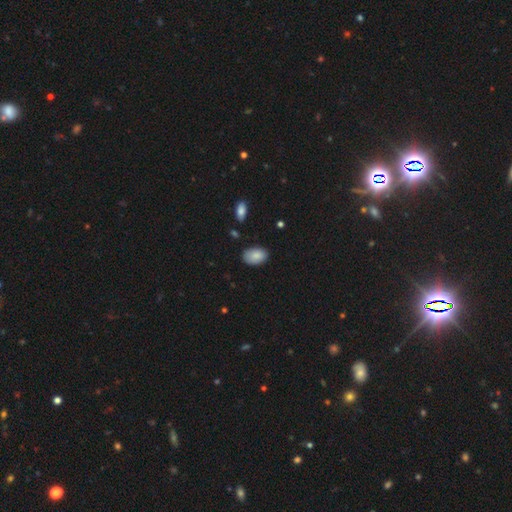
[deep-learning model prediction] Morphology: type=smooth (87%); roundness=in between (91%); merging=none (81%).